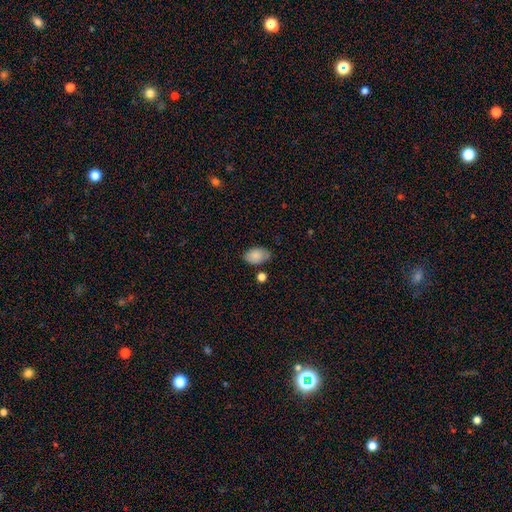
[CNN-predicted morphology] This appears to be a smooth galaxy with no disk features (85%) that is in between round and cigar-shaped (89%). Merging: none (70%).